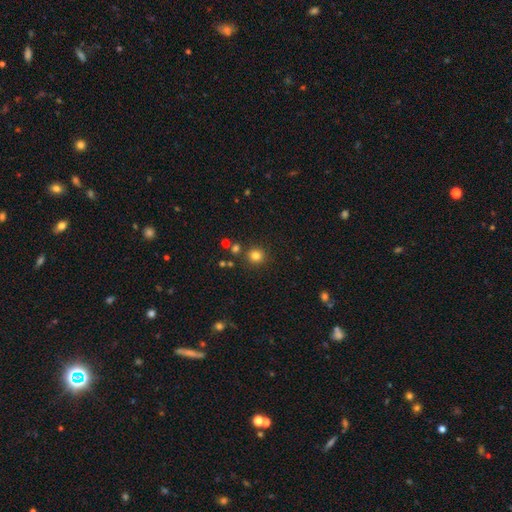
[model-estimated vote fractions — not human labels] This is clearly a smooth galaxy (80%). How rounded: clearly round (92%). Merging: clearly none (85%).